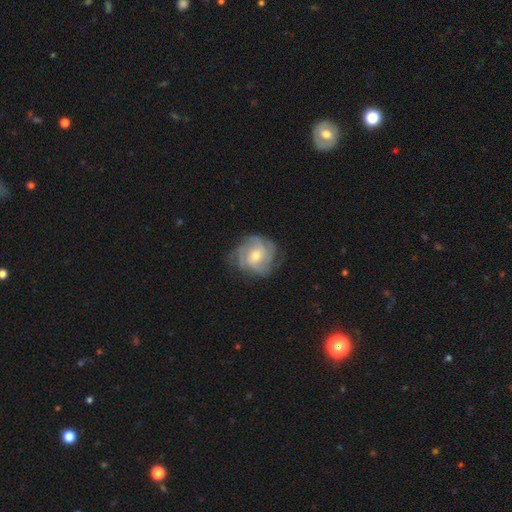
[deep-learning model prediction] The model was most divided on "spiral arm count": 4: 27%, can't tell: 26%, 3: 24%, 2: 10%, more than 4: 8%, 1: 6%. More confident: edge-on disk — no (98%); spiral arms — yes (96%); smooth or featured — featured or disk (82%); merging — none (75%); bar — no (66%); spiral winding — tight (58%); bulge size — moderate (52%).